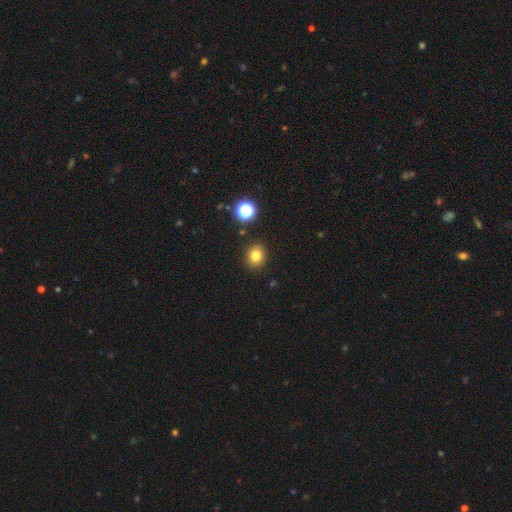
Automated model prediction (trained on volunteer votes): Morphology: type=smooth (79%); roundness=round (70%); merging=none (88%).